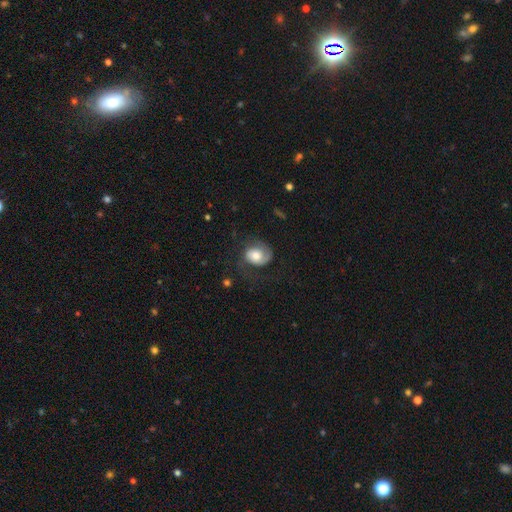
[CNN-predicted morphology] smooth-or-featured: featured or disk: 52% | smooth: 40% | star or artifact: 8%
  disk-edge-on: no: 97% | yes: 3%
    bar: no: 70% | weak: 25% | strong: 5%
    has-spiral-arms: yes: 87% | no: 13%
    bulge-size: moderate: 54% | large: 25% | small: 14% | dominant: 4% | none: 3%
  merging: none: 51% | major disturbance: 25% | minor disturbance: 23% | merger: 1%